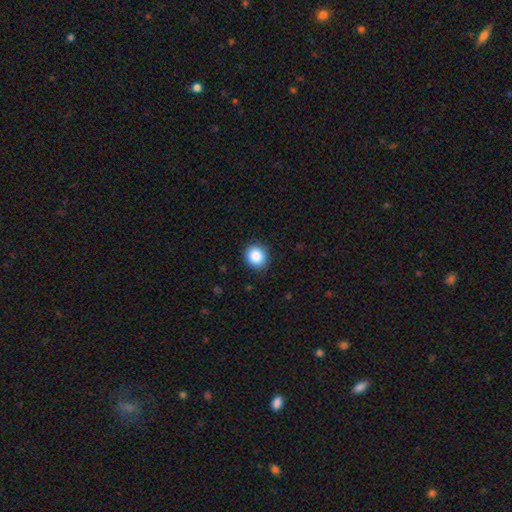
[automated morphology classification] A smooth galaxy with no disk features (86%) that is round (78%).

Vote fractions:
- Smooth or featured? smooth: 86% / star or artifact: 9% / featured or disk: 5%
- How rounded? round: 78% / in between: 21% / cigar-shaped: 1%
- Merging? none: 89% / minor disturbance: 8% / major disturbance: 2% / merger: 1%